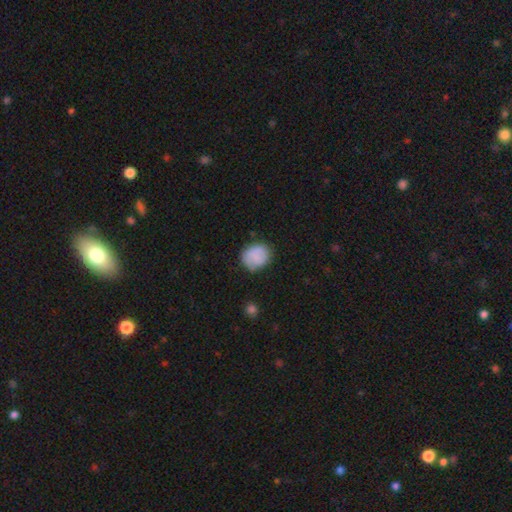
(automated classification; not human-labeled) Smooth or featured: smooth — 82% (featured or disk — 11%)
How rounded: round — 64% (in between — 35%)
Merging: none — 74% (minor disturbance — 19%)